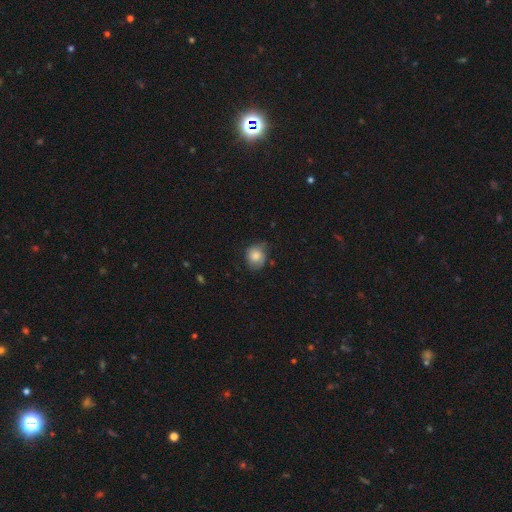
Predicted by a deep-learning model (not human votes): smooth_or_featured: smooth (p=0.78) [alt: featured or disk p=0.14]
how_rounded: round (p=0.70) [alt: in between p=0.29]
merging: none (p=0.61) [alt: minor disturbance p=0.30]